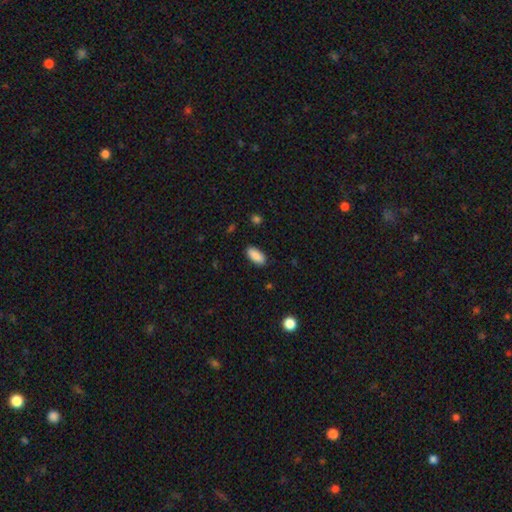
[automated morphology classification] The model was most divided on "how rounded": in between: 88%, cigar-shaped: 10%, round: 2%. More confident: smooth or featured — smooth (90%); merging — none (89%).